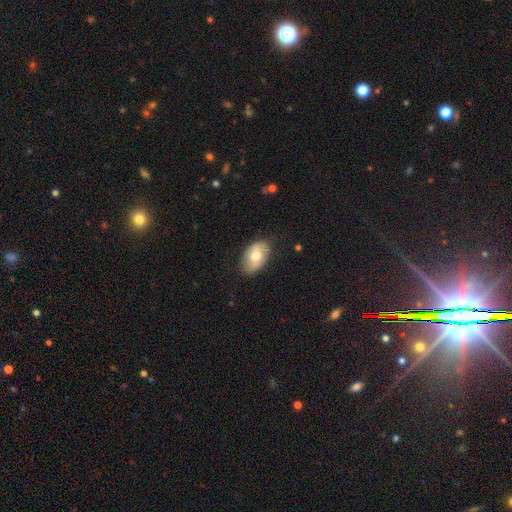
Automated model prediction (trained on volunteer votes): smooth 66%, featured or disk 28%, star or artifact 7%. Down the decision tree: how rounded — in between (91%); merging — none (79%).